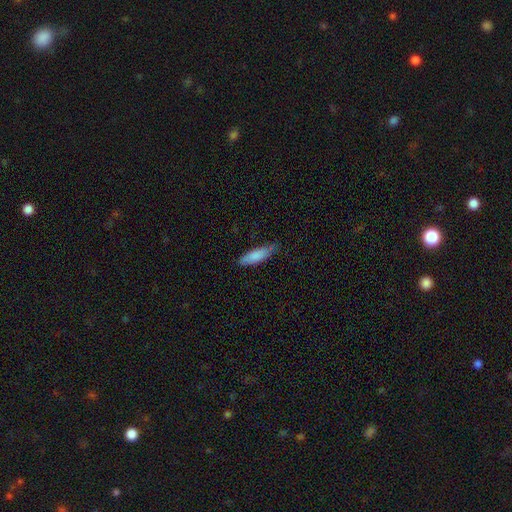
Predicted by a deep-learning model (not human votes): A smooth galaxy with no disk features (84%) that is cigar-shaped (54%). Merging: none (69%).